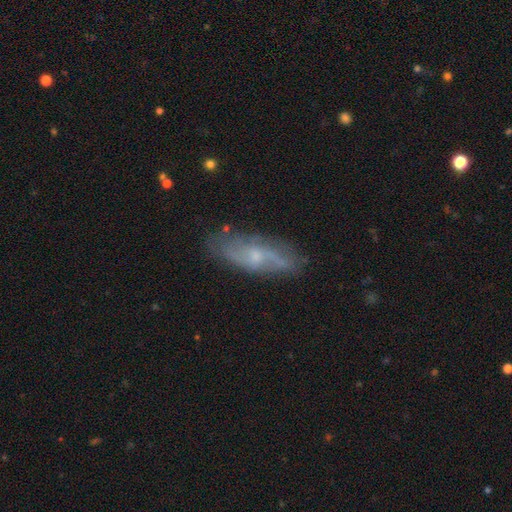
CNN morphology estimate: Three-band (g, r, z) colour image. It shows a featured or disk galaxy (66%) with no bar (60%), spiral arms (80%) and a small central bulge (58%). Merging: none (75%).